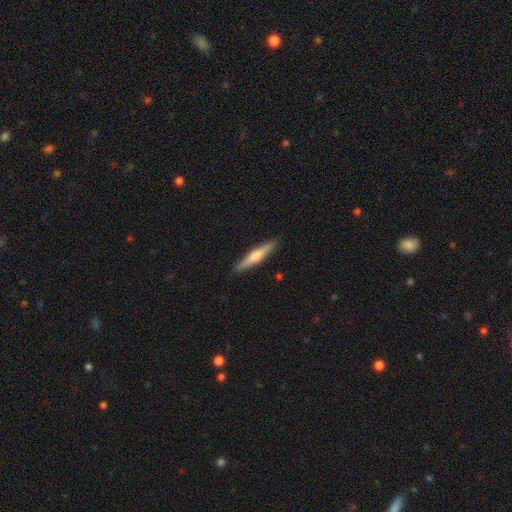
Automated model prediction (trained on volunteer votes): This appears to be a smooth galaxy with no disk features (55%) that is cigar-shaped (91%). Merging: none (90%).